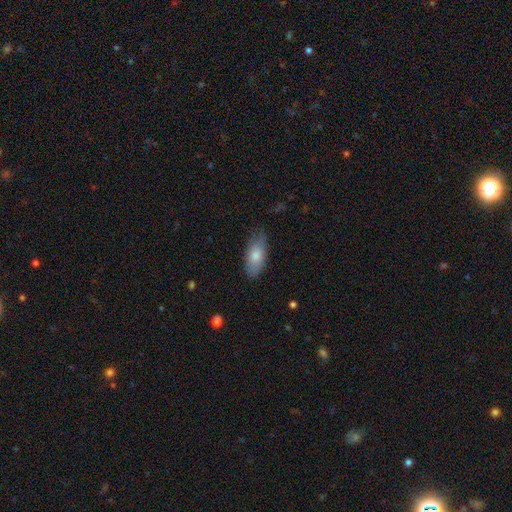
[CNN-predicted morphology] The model was most divided on "merging": none: 69%, minor disturbance: 25%, major disturbance: 5%, merger: 1%. More confident: how rounded — in between (87%); smooth or featured — smooth (78%).